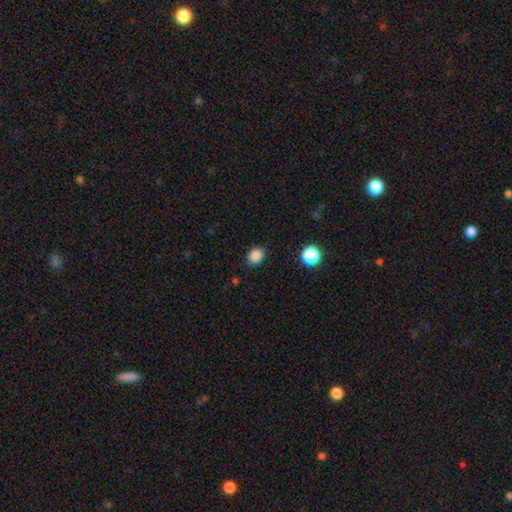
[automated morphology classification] A smooth galaxy with no disk features (86%) that is in between round and cigar-shaped (53%). Merging: none (86%).